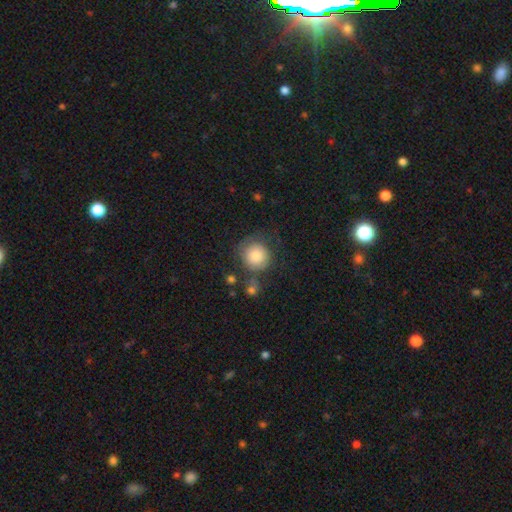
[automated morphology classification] type=smooth (79%); roundness=round (92%); merging=none (64%).